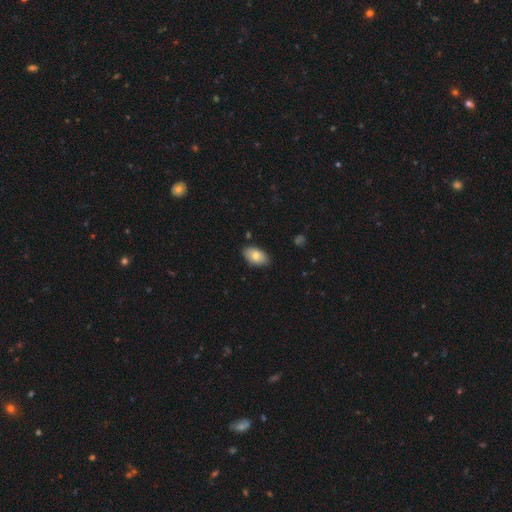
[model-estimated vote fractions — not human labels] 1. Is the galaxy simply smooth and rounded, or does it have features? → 75% smooth, 18% featured or disk, 7% star or artifact.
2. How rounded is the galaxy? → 93% in between, 6% round, 2% cigar-shaped.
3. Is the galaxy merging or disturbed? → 83% none, 13% minor disturbance, 2% major disturbance, 1% merger.